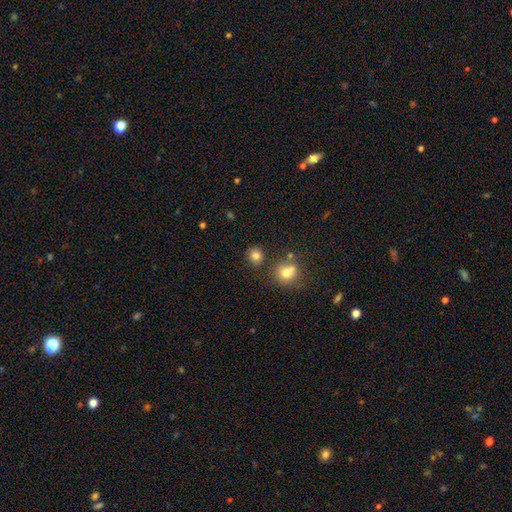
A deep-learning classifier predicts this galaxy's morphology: A smooth galaxy with no disk features (81%) that is round (87%). Merging: none (80%).